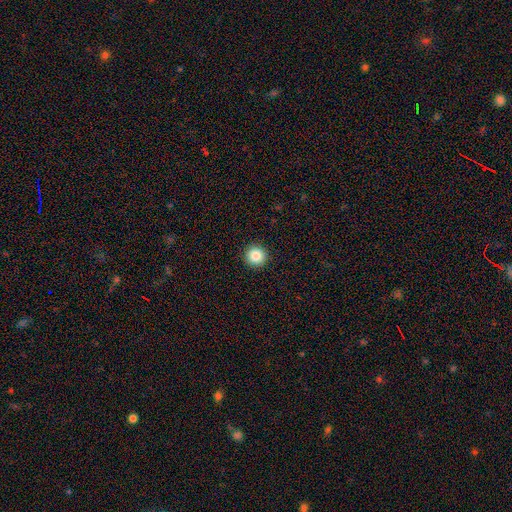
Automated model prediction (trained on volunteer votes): Smooth or featured?
  - smooth: 86% *
  - star or artifact: 10%
  - featured or disk: 4%
How rounded?
  - round: 96% *
  - in between: 3%
  - cigar-shaped: 1%
Merging?
  - none: 93% *
  - minor disturbance: 4%
  - major disturbance: 1%
  - merger: 1%